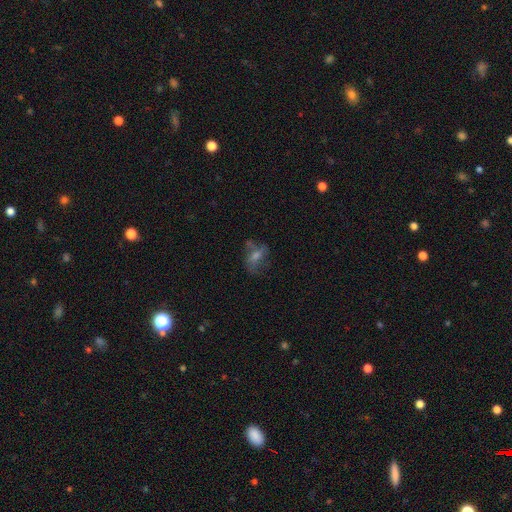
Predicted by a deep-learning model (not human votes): Smooth or featured? Predicted: featured or disk (p=0.46). Merging? Predicted: none (p=0.56).